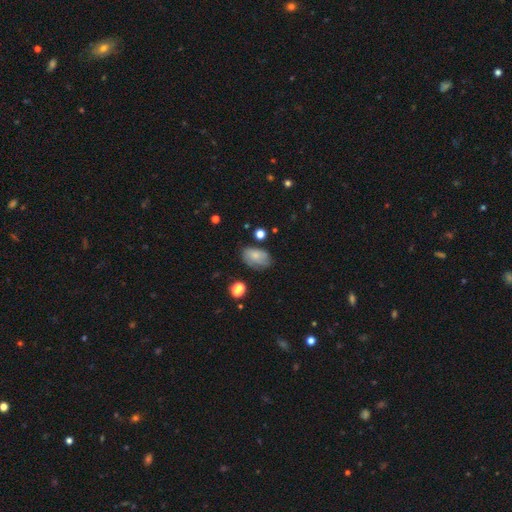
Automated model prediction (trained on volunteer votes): This appears to be a smooth galaxy with no disk features (69%) that is in between round and cigar-shaped (88%). Merging: none (63%).